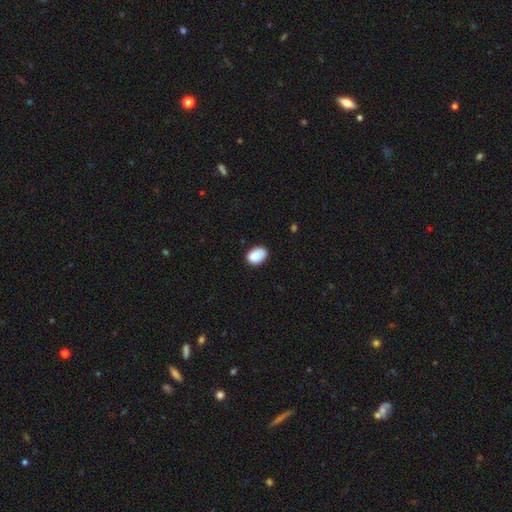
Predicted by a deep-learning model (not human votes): A smooth galaxy with no disk features (88%) that is in between round and cigar-shaped (78%).

Vote fractions:
- Smooth or featured? smooth: 88% / star or artifact: 8% / featured or disk: 4%
- How rounded? in between: 78% / round: 21% / cigar-shaped: 1%
- Merging? none: 80% / minor disturbance: 17% / major disturbance: 2% / merger: 1%